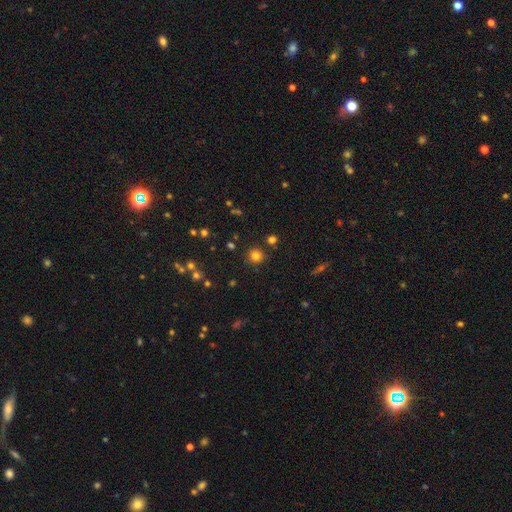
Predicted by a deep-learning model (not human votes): Smooth or featured? smooth (78%)
How rounded? round (93%)
Merging? none (86%)